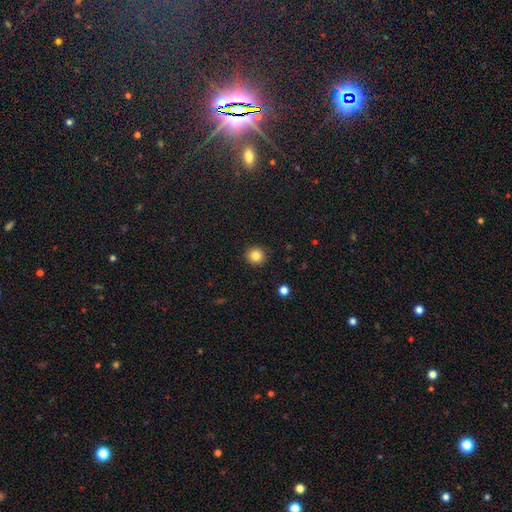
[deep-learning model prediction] Q: Smooth or featured?
A: smooth (83%); runner-up: star or artifact (11%)
Q: How rounded?
A: round (94%); runner-up: in between (5%)
Q: Merging?
A: none (92%); runner-up: minor disturbance (5%)